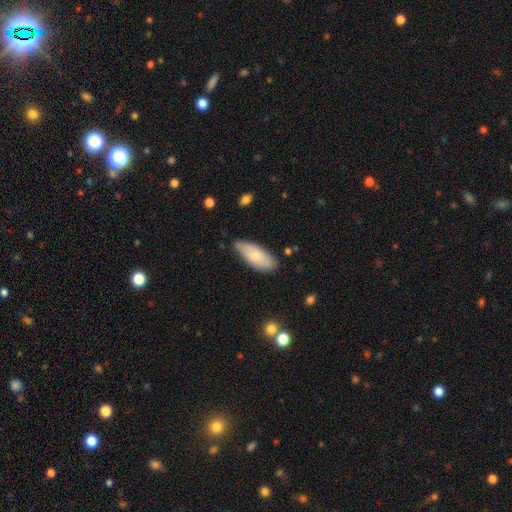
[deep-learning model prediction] Overall: smooth (70%). How rounded: in between (82%). Merging: none (67%).